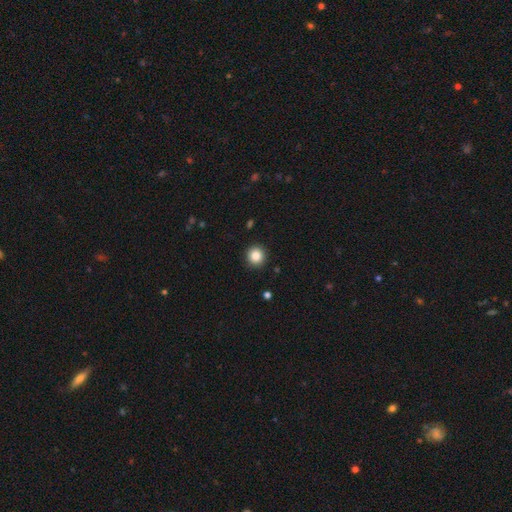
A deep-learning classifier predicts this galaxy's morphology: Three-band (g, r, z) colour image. It shows a smooth galaxy with no disk features (86%) that is round (94%). Merging: none (92%).